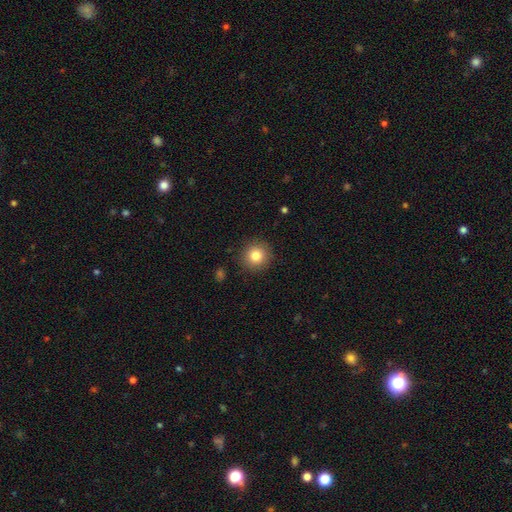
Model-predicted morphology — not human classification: Smooth or featured? smooth (82%)
How rounded? round (93%)
Merging? none (90%)